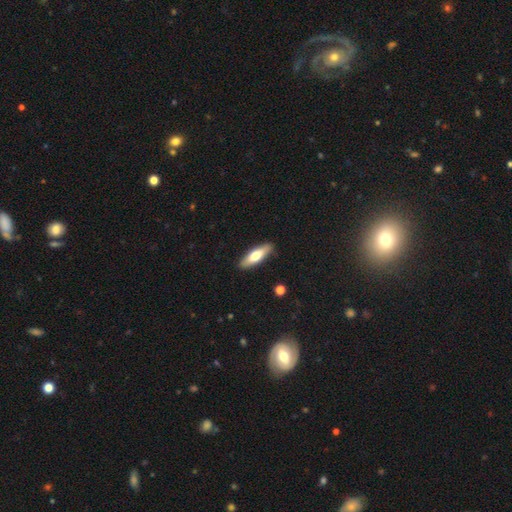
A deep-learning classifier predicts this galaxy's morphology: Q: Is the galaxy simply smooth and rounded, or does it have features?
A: smooth — 64%.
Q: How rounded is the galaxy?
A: cigar-shaped — 56%.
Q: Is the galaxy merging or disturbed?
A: none — 89%.